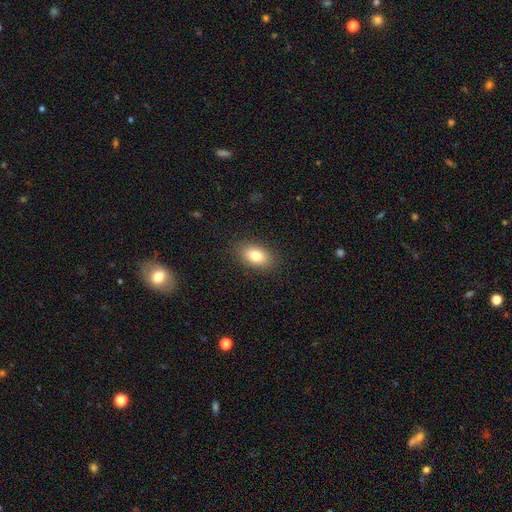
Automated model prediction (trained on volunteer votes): Overall: smooth (81%). How rounded: in between (89%). Merging: none (88%).